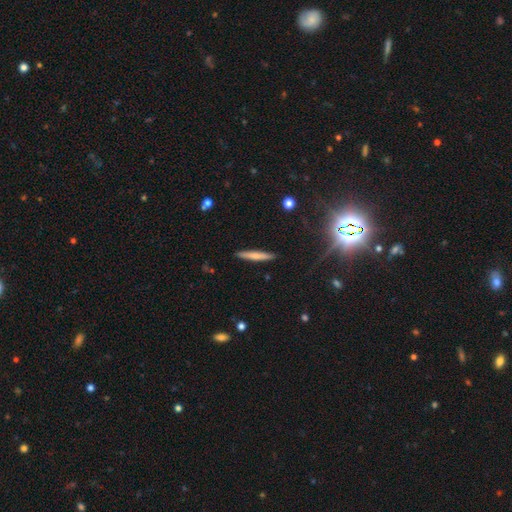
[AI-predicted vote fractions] Overall: smooth (66%; featured or disk 28%). How rounded: cigar-shaped (94%). Merging: none (91%).